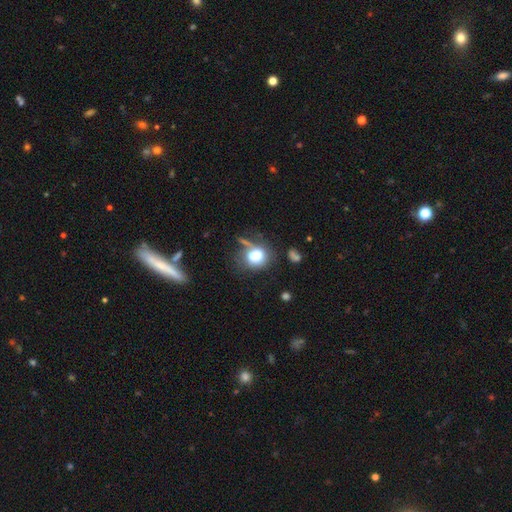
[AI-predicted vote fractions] The model was most divided on "merging": none: 52%, minor disturbance: 22%, major disturbance: 16%, merger: 10%. More confident: smooth or featured — smooth (73%); how rounded — round (68%).